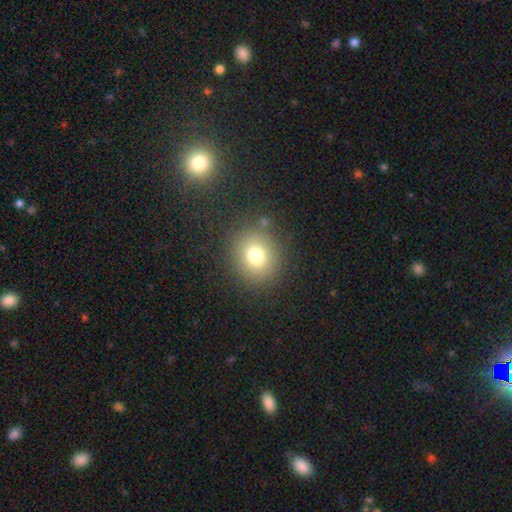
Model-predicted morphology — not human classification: smooth 75%, star or artifact 15%, featured or disk 10%. Down the decision tree: how rounded — round (82%); merging — none (85%).